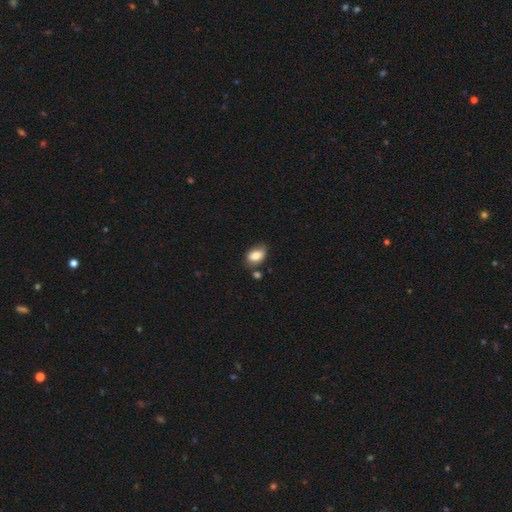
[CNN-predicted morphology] type=smooth (82%); roundness=in between (87%); merging=none (63%).